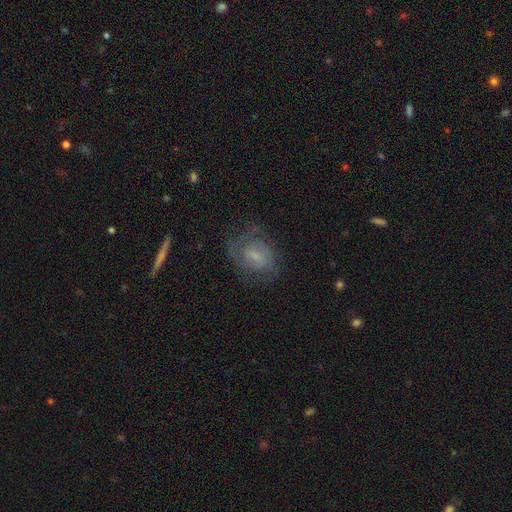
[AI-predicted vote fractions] A featured or disk galaxy (66%) with a weak bar (51%), 2 (52%) medium (43%) spiral arms (86%) and a small central bulge (40%).

Vote fractions:
- Smooth or featured? featured or disk: 66% / smooth: 25% / star or artifact: 9%
- Edge-on disk? no: 96% / yes: 4%
- Bar? weak: 51% / no: 35% / strong: 13%
- Spiral arms? yes: 86% / no: 14%
- Spiral winding? medium: 43% / tight: 42% / loose: 15%
- Spiral arm count? 2: 52% / can't tell: 28% / 3: 8% / 1: 7% / 4: 2% / more than 4: 2%
- Bulge size? small: 40% / moderate: 28% / none: 26% / large: 5% / dominant: 1%
- Merging? none: 62% / minor disturbance: 21% / major disturbance: 16% / merger: 2%